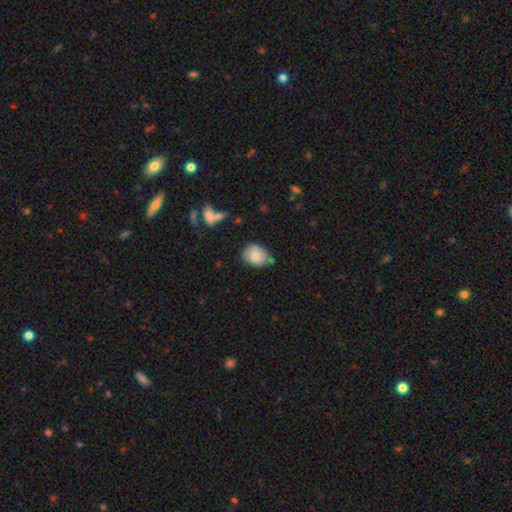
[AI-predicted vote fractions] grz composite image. It shows a smooth galaxy with no disk features (79%) that is in between round and cigar-shaped (53%). Merging: none (67%).